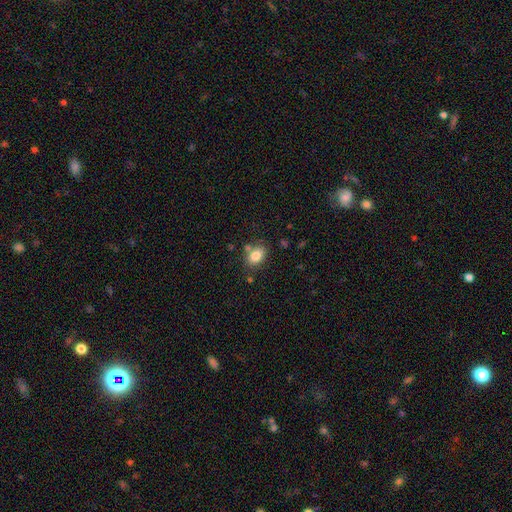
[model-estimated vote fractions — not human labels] smooth_or_featured: smooth (p=0.83) [alt: star or artifact p=0.09]
how_rounded: in between (p=0.78) [alt: round p=0.20]
merging: none (p=0.72) [alt: minor disturbance p=0.14]